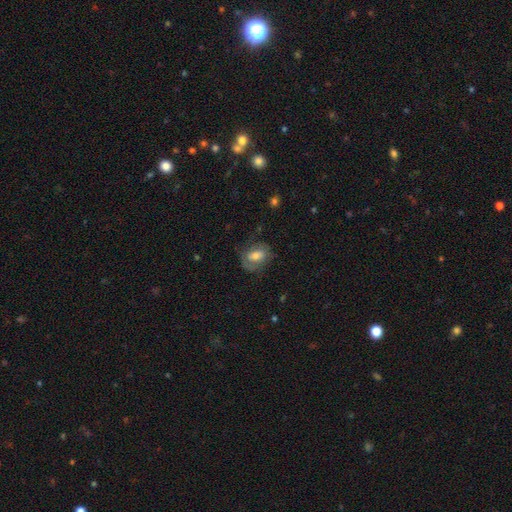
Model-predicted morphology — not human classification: Smooth or featured?
  - smooth: 47% *
  - featured or disk: 44%
  - star or artifact: 8%
Merging?
  - none: 61% *
  - minor disturbance: 23%
  - major disturbance: 15%
  - merger: 2%